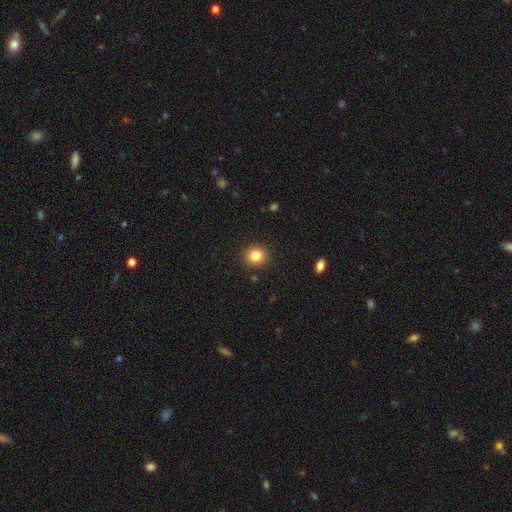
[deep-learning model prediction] smooth_or_featured: smooth (p=0.84) [alt: star or artifact p=0.10]
how_rounded: round (p=0.90) [alt: in between p=0.09]
merging: none (p=0.91) [alt: minor disturbance p=0.06]